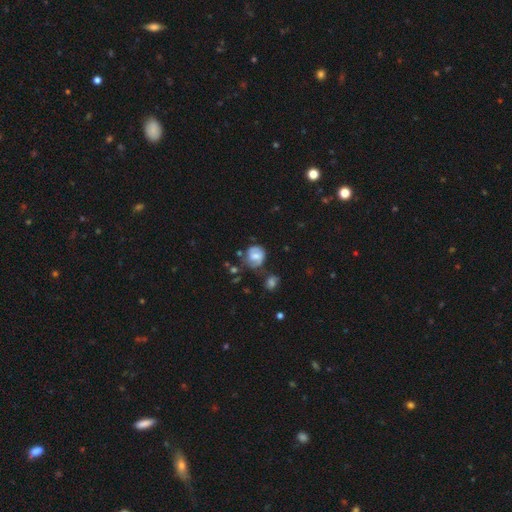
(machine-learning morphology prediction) A featured or disk galaxy (52%) with a weak bar (46%), spiral arms (75%) and a moderate central bulge (53%). Merging: none (57%).